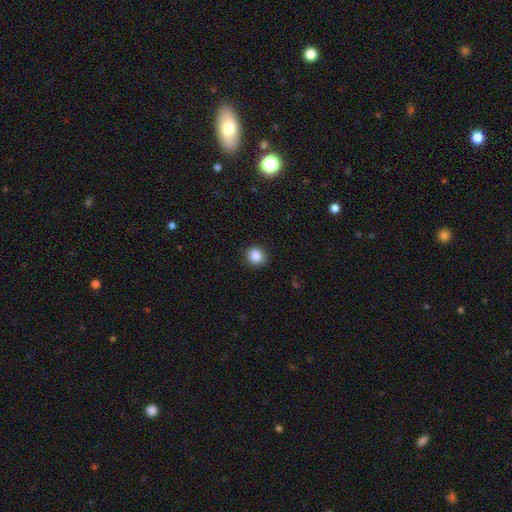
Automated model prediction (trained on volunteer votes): The model was most divided on "how rounded": round: 83%, in between: 16%, cigar-shaped: 1%. More confident: merging — none (90%); smooth or featured — smooth (87%).